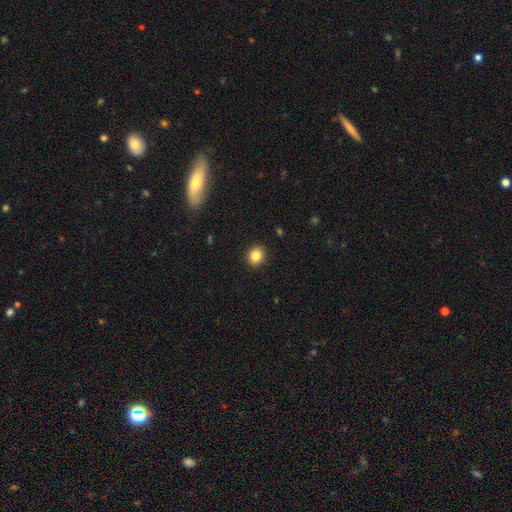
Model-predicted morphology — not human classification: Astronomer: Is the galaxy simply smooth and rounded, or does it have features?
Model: smooth — 84%.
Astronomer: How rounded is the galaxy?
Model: round — 75%.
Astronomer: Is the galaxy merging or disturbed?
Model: none — 91%.